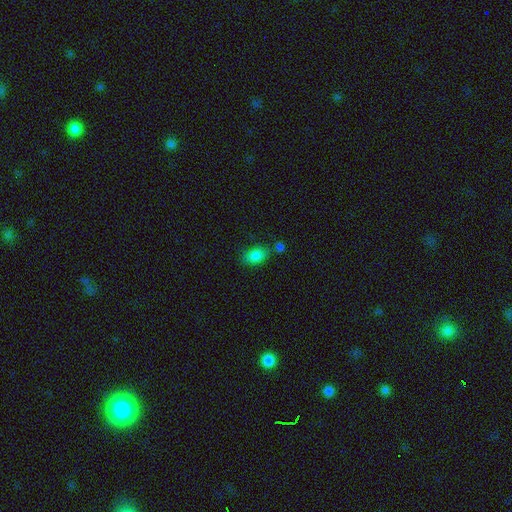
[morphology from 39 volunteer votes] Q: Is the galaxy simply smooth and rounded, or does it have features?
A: smooth — 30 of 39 (77%).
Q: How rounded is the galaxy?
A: in between — 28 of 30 (93%).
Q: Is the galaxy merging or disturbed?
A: none — 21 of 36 (58%).